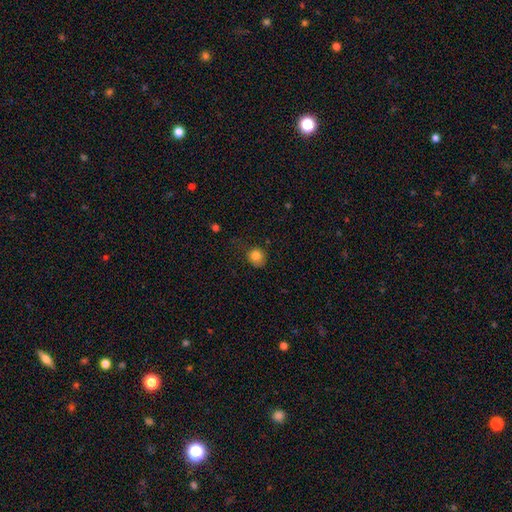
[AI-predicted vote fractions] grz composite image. It shows a smooth galaxy with no disk features (81%) that is round (81%). Merging: none (66%).